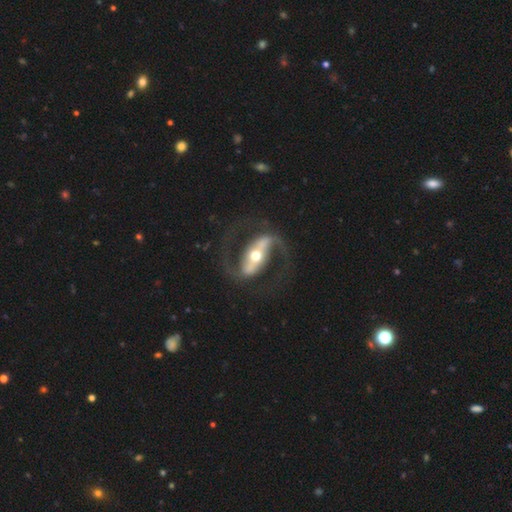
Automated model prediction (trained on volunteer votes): A featured or disk galaxy (90%) with a strong bar (69%), 2 (93%) medium (54%) spiral arms (95%) and a moderate central bulge (68%). Merging: none (77%).